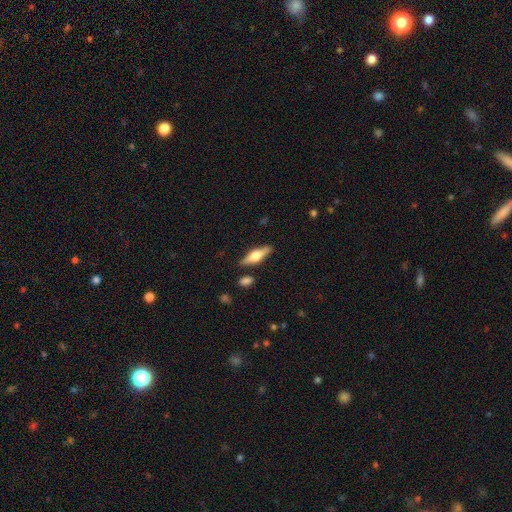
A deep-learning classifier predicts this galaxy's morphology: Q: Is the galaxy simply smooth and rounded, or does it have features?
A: featured or disk — 57%.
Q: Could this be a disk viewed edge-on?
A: yes — 94%.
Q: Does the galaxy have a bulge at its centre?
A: rounded — 92%.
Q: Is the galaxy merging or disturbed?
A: none — 84%.